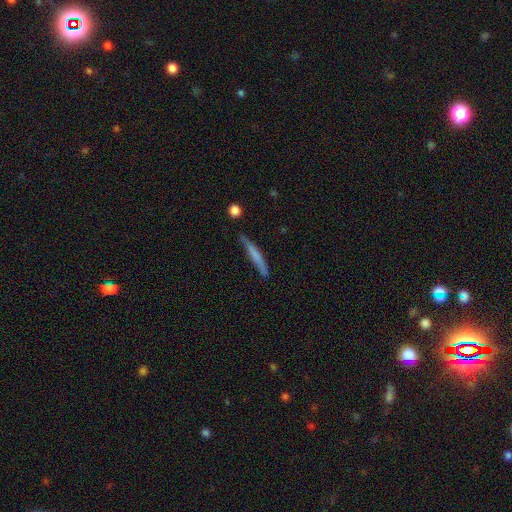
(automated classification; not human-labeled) Smooth or featured? Predicted: smooth (p=0.59). How rounded? Predicted: cigar-shaped (p=0.95). Merging? Predicted: none (p=0.76).